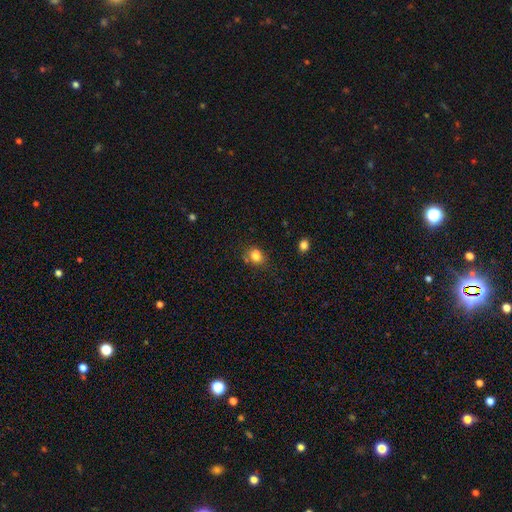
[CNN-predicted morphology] Smooth or featured: smooth — 78% (star or artifact — 13%)
How rounded: round — 58% (in between — 41%)
Merging: none — 57% (minor disturbance — 20%)